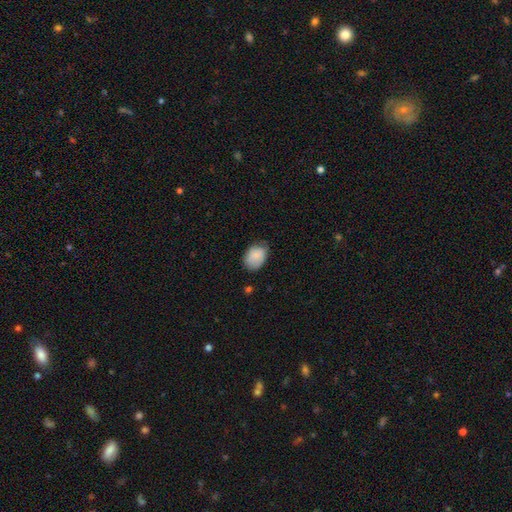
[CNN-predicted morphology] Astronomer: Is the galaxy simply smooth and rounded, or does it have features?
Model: smooth — 86%.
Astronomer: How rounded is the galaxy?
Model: in between — 77%.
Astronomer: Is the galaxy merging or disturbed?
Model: none — 62%.